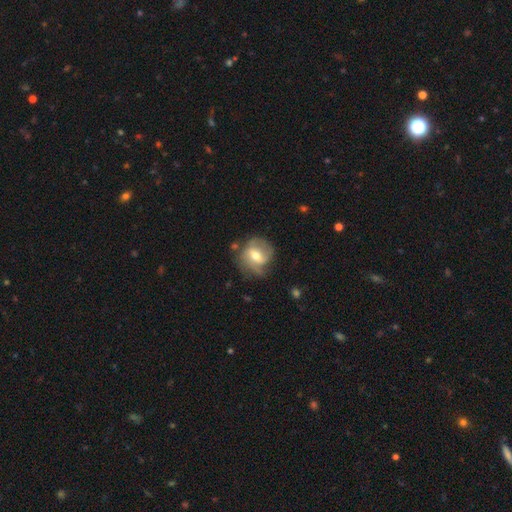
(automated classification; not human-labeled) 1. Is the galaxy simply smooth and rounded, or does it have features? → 59% featured or disk, 34% smooth, 7% star or artifact.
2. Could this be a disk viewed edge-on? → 97% no, 3% yes.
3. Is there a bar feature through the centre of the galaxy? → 48% weak, 33% no, 19% strong.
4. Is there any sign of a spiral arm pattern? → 77% yes, 23% no.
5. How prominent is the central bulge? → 70% moderate, 21% small, 7% large, 1% none, 1% dominant.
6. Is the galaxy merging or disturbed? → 58% none, 26% minor disturbance, 13% major disturbance, 3% merger.